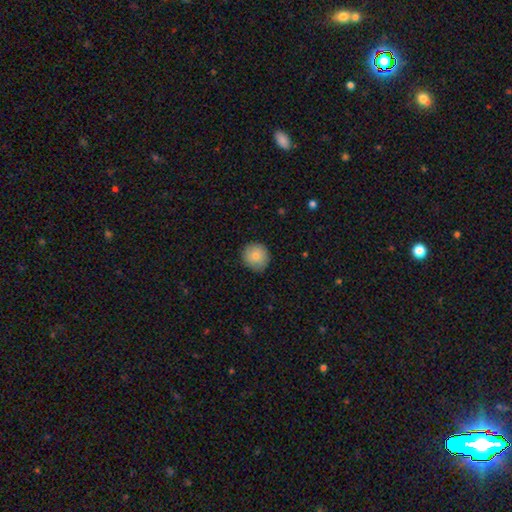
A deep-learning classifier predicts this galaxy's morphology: A smooth galaxy with no disk features (84%) that is round (90%).

Vote fractions:
- Smooth or featured? smooth: 84% / featured or disk: 9% / star or artifact: 8%
- How rounded? round: 90% / in between: 9% / cigar-shaped: 1%
- Merging? none: 85% / minor disturbance: 12% / major disturbance: 2% / merger: 1%